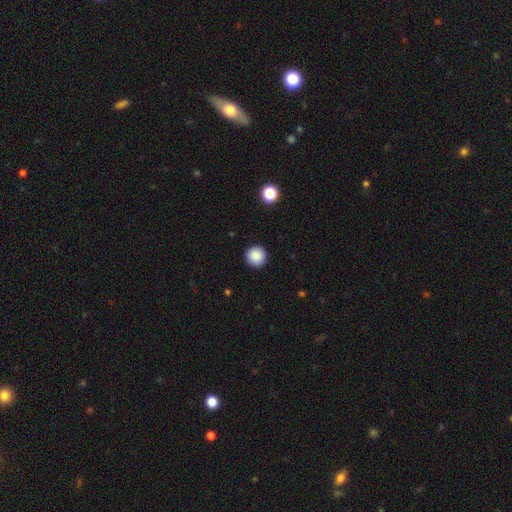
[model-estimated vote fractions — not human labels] Smooth or featured? smooth (88%)
How rounded? round (96%)
Merging? none (92%)